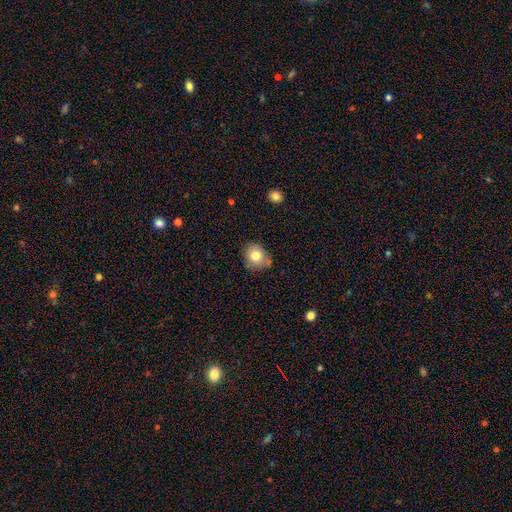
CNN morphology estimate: Overall: smooth (79%). How rounded: round (75%). Merging: none (69%).